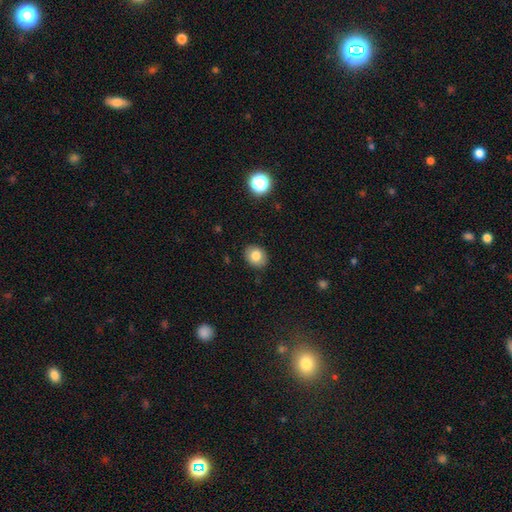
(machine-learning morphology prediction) Smooth or featured? Predicted: smooth (p=0.80). How rounded? Predicted: round (p=0.56). Merging? Predicted: none (p=0.87).